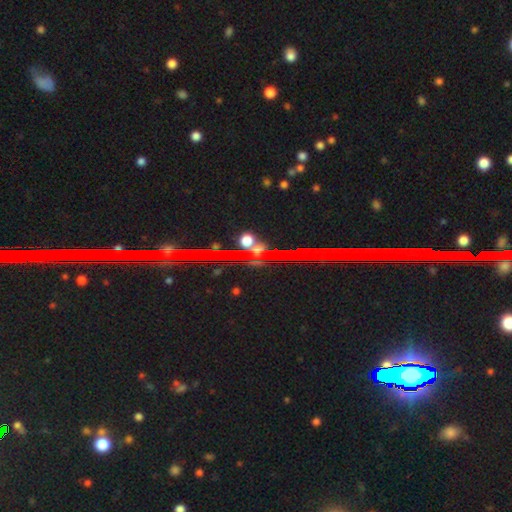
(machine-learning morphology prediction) A star or artifact, not a galaxy (74%).

Vote fractions:
- Smooth or featured? star or artifact: 74% / featured or disk: 19% / smooth: 7%